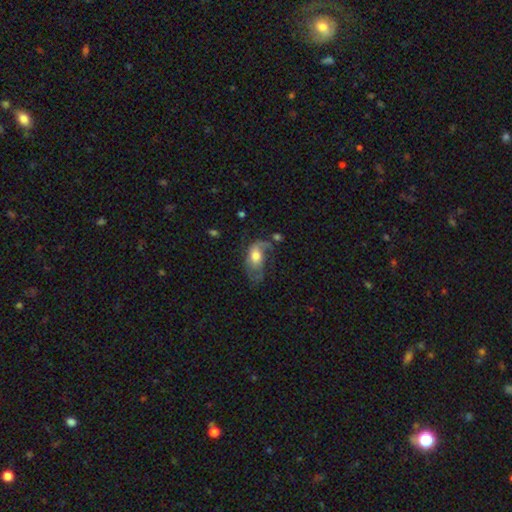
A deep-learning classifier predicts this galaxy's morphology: Q: Smooth or featured?
A: featured or disk (50%); runner-up: smooth (42%)
Q: Edge-on disk?
A: no (94%); runner-up: yes (6%)
Q: Merging?
A: major disturbance (40%); runner-up: none (29%)